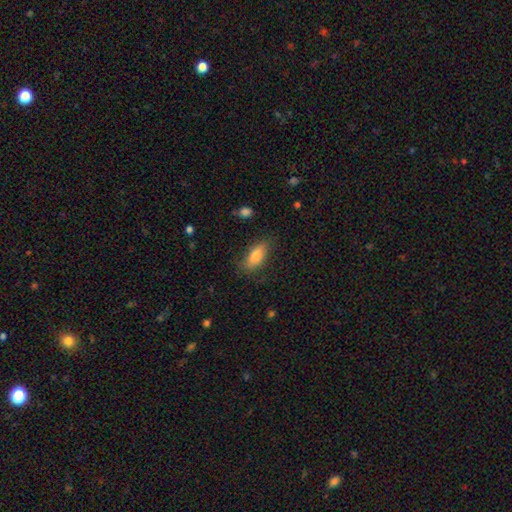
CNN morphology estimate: This is likely a smooth galaxy (77%). How rounded: clearly in between (81%). Merging: likely none (73%).